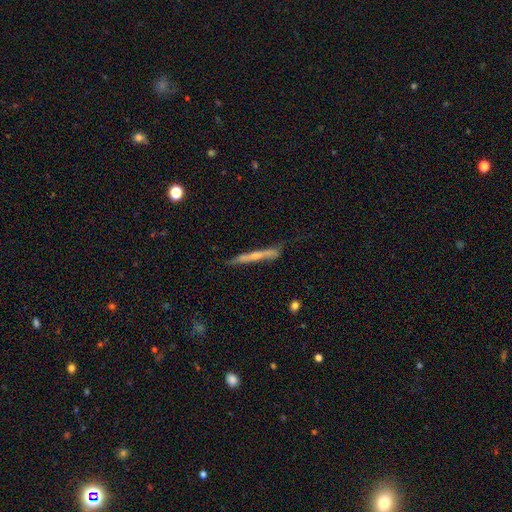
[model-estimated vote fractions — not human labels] Smooth or featured? Predicted: featured or disk (p=0.56). Edge-on disk? Predicted: yes (p=0.93). Edge-on bulge? Predicted: rounded (p=0.50). Merging? Predicted: none (p=0.73).